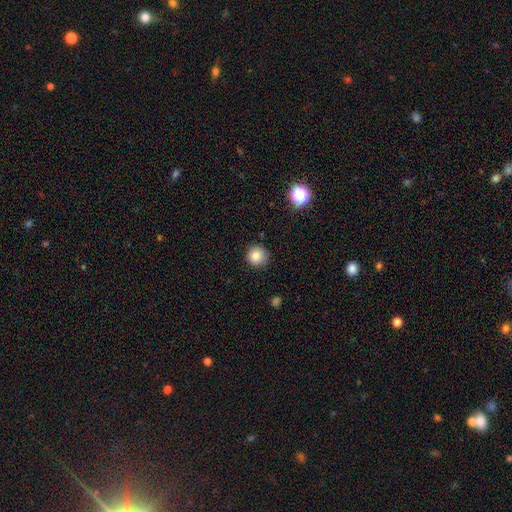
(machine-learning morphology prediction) smooth 82%, star or artifact 11%, featured or disk 7%. Down the decision tree: how rounded — round (95%); merging — none (89%).